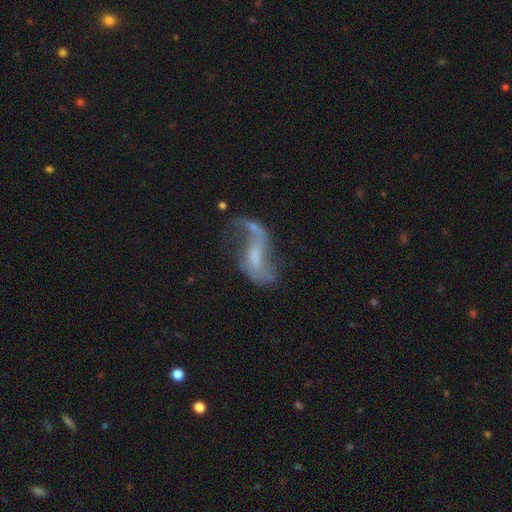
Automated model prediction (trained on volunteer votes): Smooth or featured? featured or disk (78%)
Edge-on disk? no (95%)
Bar? weak (47%)
Spiral arms? yes (83%)
Spiral winding? loose (84%)
Spiral arm count? 2 (78%)
Bulge size? small (40%)
Merging? none (39%)